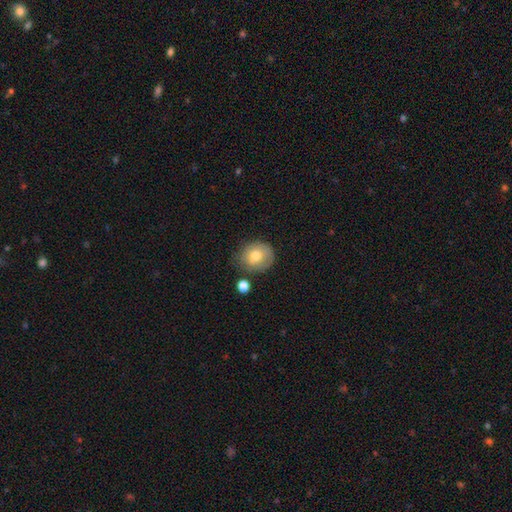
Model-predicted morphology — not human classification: This appears to be a smooth galaxy with no disk features (72%) that is round (71%). Merging: none (63%).